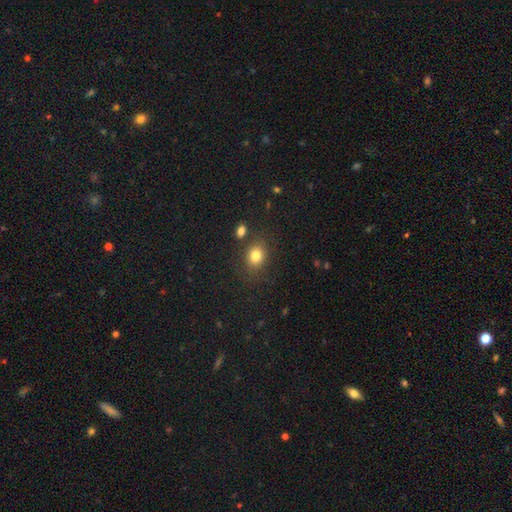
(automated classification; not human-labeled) This appears to be a smooth galaxy with no disk features (81%) that is round (57%). Merging: none (77%).